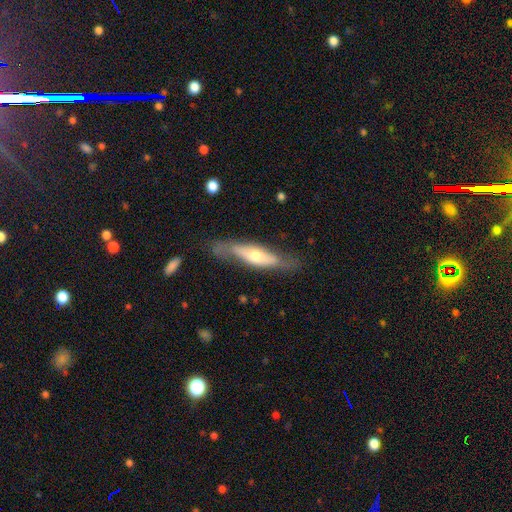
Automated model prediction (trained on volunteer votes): Morphology: type=featured or disk (53%); edge-on=yes (66%); merging=none (67%).